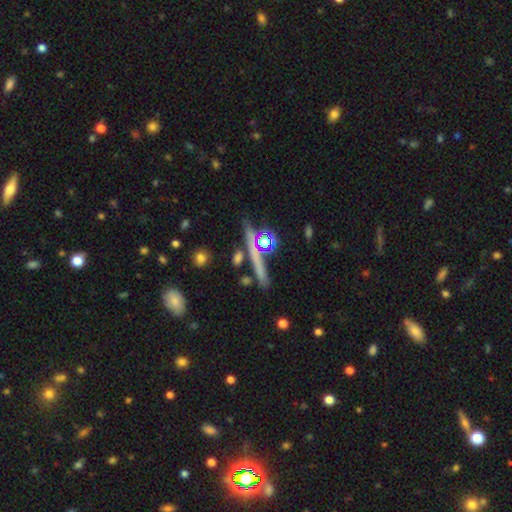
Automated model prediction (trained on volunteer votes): This appears to be a featured or disk galaxy (41%). Merging: none (80%).